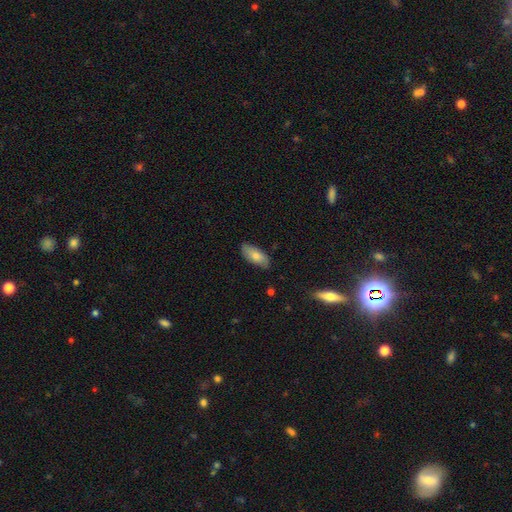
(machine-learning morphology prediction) Smooth or featured? Predicted: smooth (p=0.73). How rounded? Predicted: in between (p=0.85). Merging? Predicted: none (p=0.82).